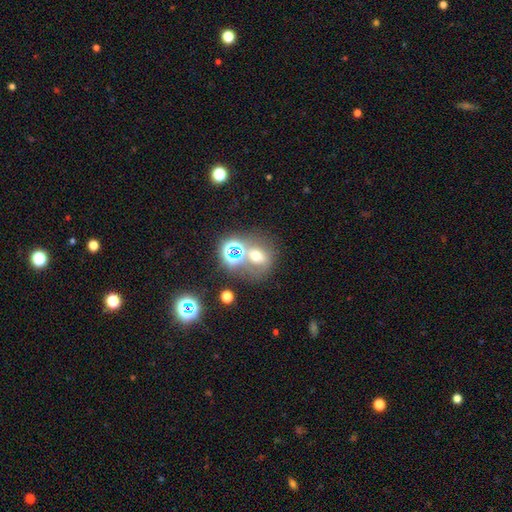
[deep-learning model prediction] Smooth or featured: smooth — 51% (star or artifact — 30%)
How rounded: round — 67% (in between — 32%)
Merging: none — 48% (merger — 30%)